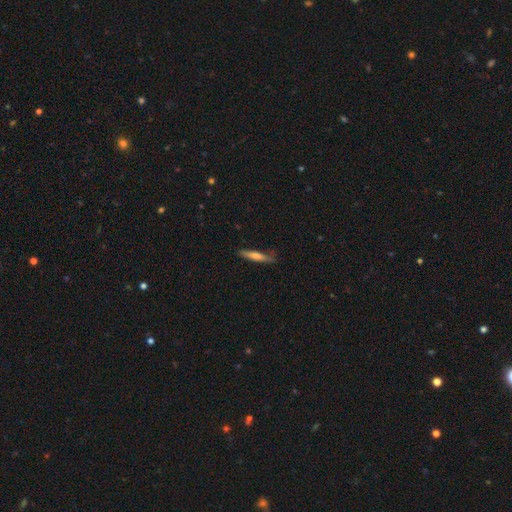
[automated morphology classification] A smooth galaxy with no disk features (51%) that is cigar-shaped (92%). Merging: none (81%).